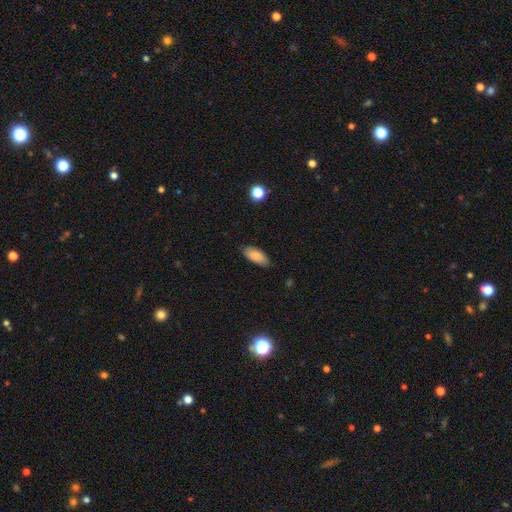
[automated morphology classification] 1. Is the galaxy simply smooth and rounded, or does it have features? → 86% smooth, 7% featured or disk, 7% star or artifact.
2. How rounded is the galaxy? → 85% in between, 13% cigar-shaped, 2% round.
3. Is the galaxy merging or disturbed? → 85% none, 12% minor disturbance, 2% major disturbance, 1% merger.